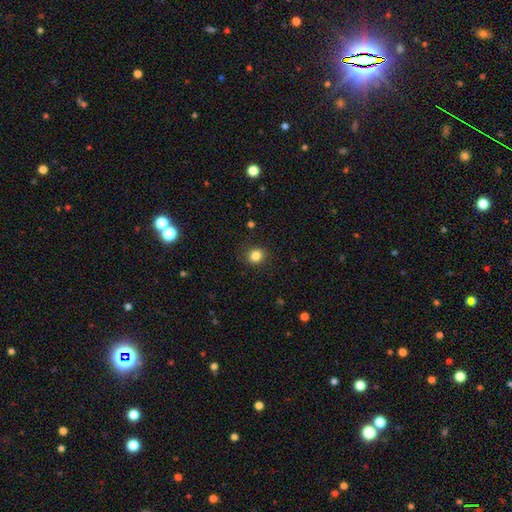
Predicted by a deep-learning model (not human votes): smooth-or-featured: smooth: 84% | star or artifact: 11% | featured or disk: 5%
  how-rounded: round: 82% | in between: 17% | cigar-shaped: 1%
  merging: none: 87% | minor disturbance: 9% | major disturbance: 3% | merger: 1%